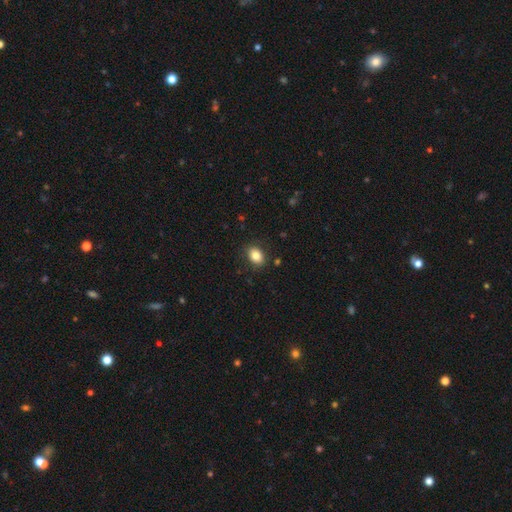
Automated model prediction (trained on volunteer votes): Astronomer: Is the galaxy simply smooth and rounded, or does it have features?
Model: smooth — 84%.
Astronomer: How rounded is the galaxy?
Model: in between — 74%.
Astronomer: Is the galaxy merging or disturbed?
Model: none — 86%.